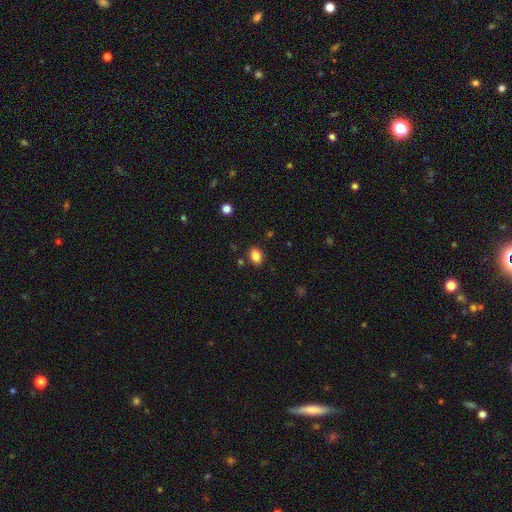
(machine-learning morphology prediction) Smooth or featured: smooth — 86% (star or artifact — 10%)
How rounded: in between — 77% (round — 22%)
Merging: none — 84% (minor disturbance — 10%)